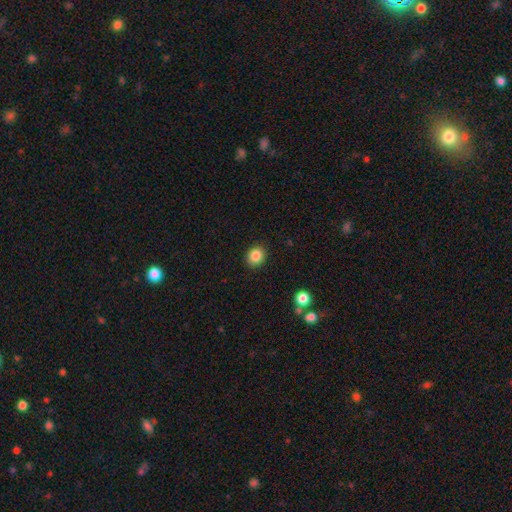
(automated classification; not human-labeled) A smooth galaxy with no disk features (85%) that is round (71%). Merging: none (91%).